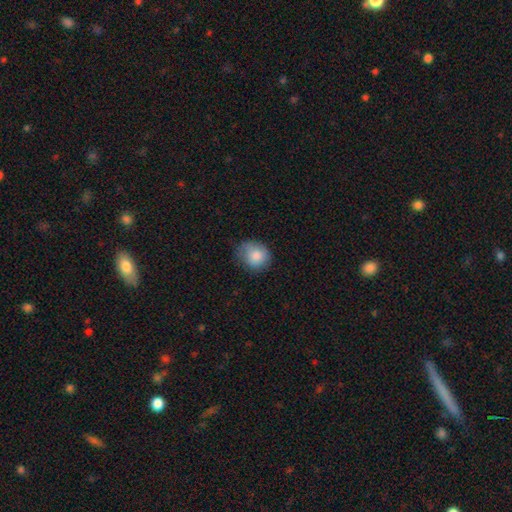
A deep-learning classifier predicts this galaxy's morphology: A smooth galaxy with no disk features (84%) that is round (71%).

Vote fractions:
- Smooth or featured? smooth: 84% / featured or disk: 8% / star or artifact: 8%
- How rounded? round: 71% / in between: 28% / cigar-shaped: 1%
- Merging? none: 61% / minor disturbance: 30% / major disturbance: 8% / merger: 1%